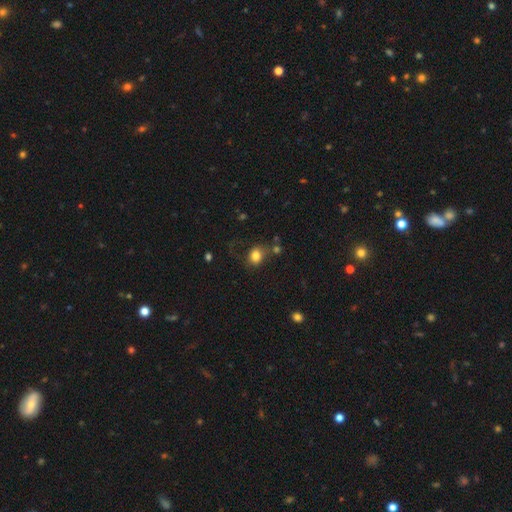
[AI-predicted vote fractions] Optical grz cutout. It shows a smooth galaxy with no disk features (81%) that is round (61%). Merging: none (65%).